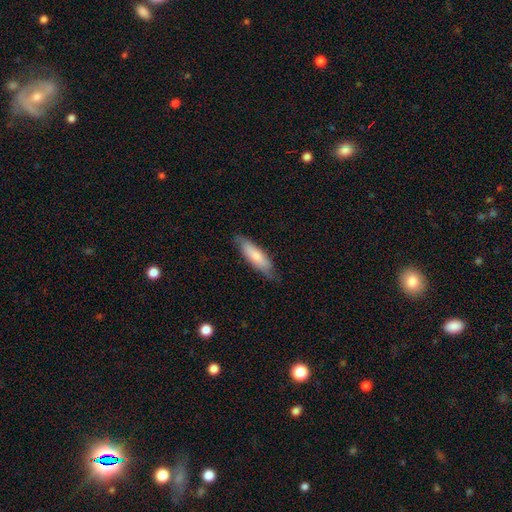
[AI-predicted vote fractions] Morphology: type=smooth (75%); roundness=cigar-shaped (59%); merging=none (75%).